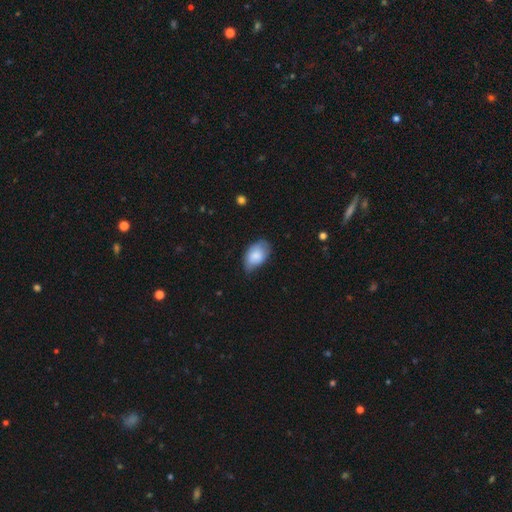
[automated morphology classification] Smooth or featured? smooth (80%)
How rounded? in between (91%)
Merging? none (52%)